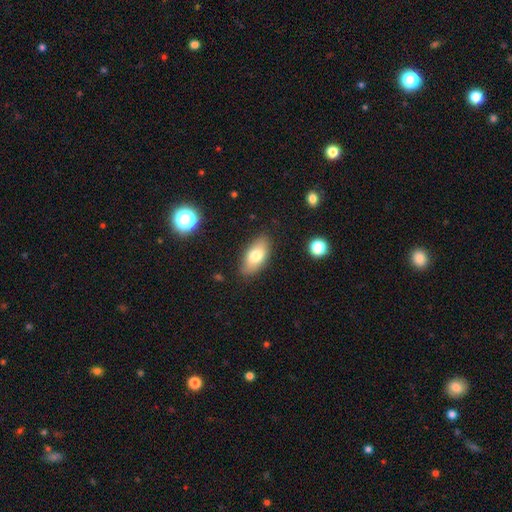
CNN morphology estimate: Smooth or featured: smooth — 75% (featured or disk — 18%)
How rounded: in between — 91% (cigar-shaped — 6%)
Merging: none — 84% (minor disturbance — 12%)